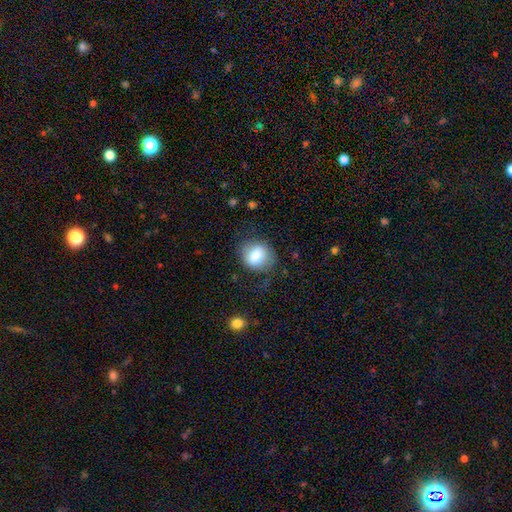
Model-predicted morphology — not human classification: type=smooth (76%); roundness=round (68%); merging=none (67%).